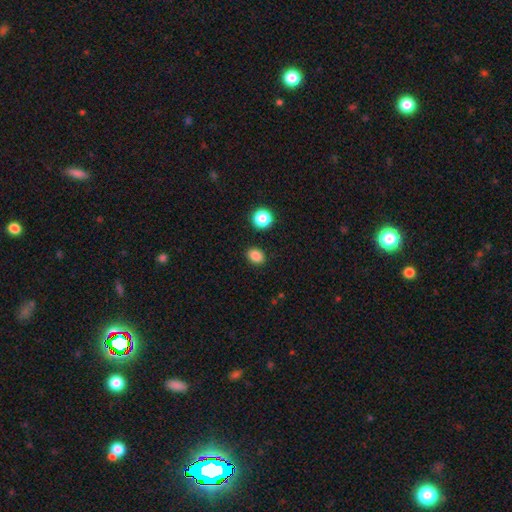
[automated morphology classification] This is clearly a smooth galaxy (85%). How rounded: possibly in between (53%). Merging: clearly none (88%).